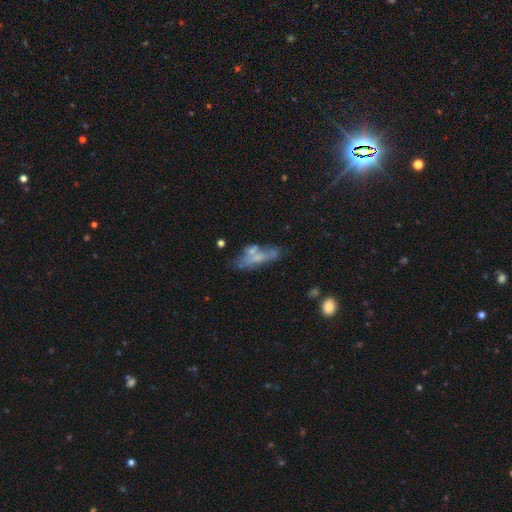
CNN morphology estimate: smooth_or_featured: smooth (p=0.44) [tied with: featured or disk p=0.44]
merging: none (p=0.39) [alt: merger p=0.23]